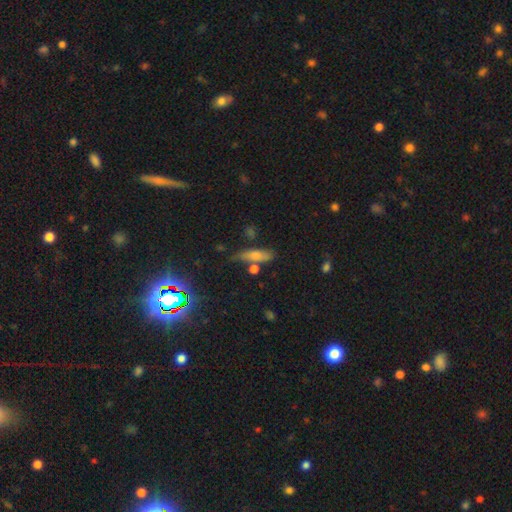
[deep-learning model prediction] This appears to be a smooth galaxy with no disk features (70%) that is cigar-shaped (54%). Merging: none (61%).